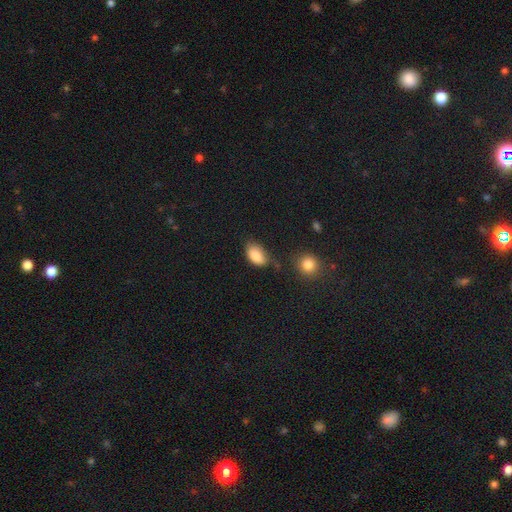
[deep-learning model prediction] smooth-or-featured: smooth: 85% | star or artifact: 8% | featured or disk: 7%
  how-rounded: in between: 91% | round: 8% | cigar-shaped: 2%
  merging: none: 55% | minor disturbance: 30% | major disturbance: 8% | merger: 8%